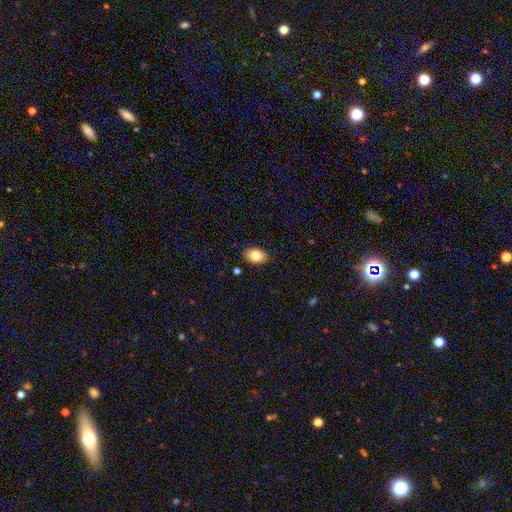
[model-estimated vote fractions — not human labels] Q: Smooth or featured?
A: smooth (81%); runner-up: featured or disk (11%)
Q: How rounded?
A: in between (83%); runner-up: round (16%)
Q: Merging?
A: none (87%); runner-up: minor disturbance (9%)